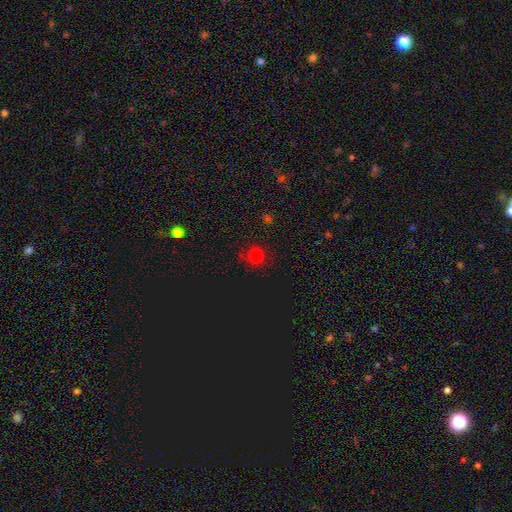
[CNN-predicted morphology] Smooth or featured? smooth (69%)
How rounded? round (87%)
Merging? none (83%)